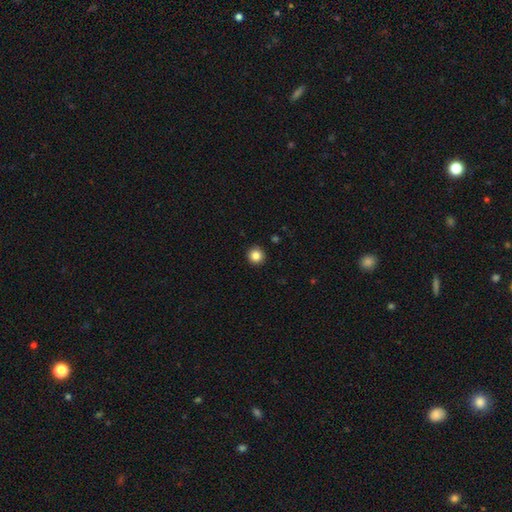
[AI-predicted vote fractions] Smooth or featured? smooth (85%)
How rounded? round (95%)
Merging? none (93%)